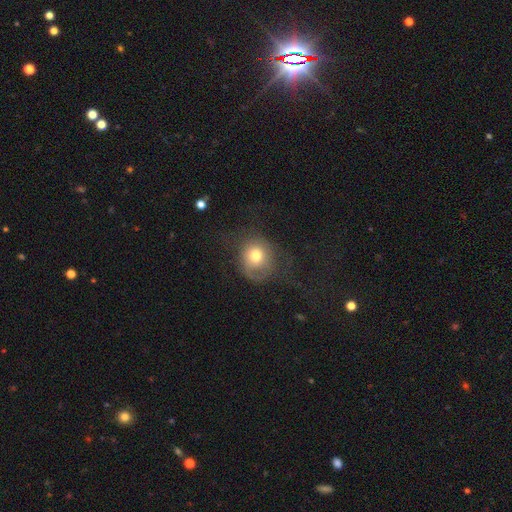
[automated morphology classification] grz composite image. It shows a smooth galaxy with no disk features (66%) that is round (81%). Merging: none (48%).